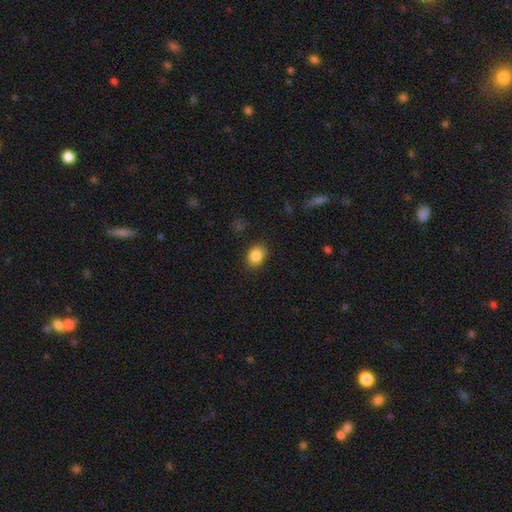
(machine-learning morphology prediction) Smooth or featured? Predicted: smooth (p=0.86). How rounded? Predicted: in between (p=0.57). Merging? Predicted: none (p=0.83).